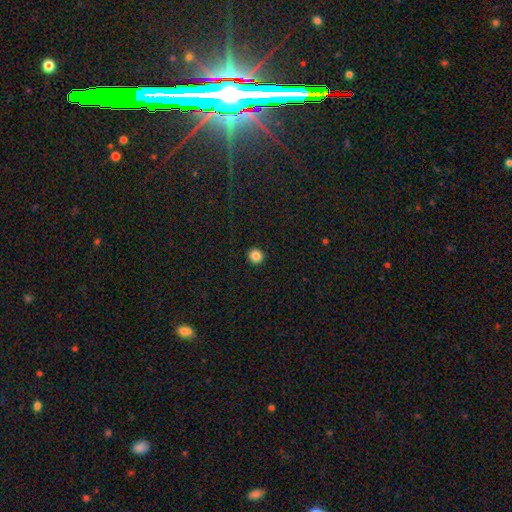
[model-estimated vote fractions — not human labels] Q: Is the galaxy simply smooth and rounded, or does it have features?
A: smooth — 86%.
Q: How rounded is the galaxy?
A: round — 89%.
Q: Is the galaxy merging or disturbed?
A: none — 93%.